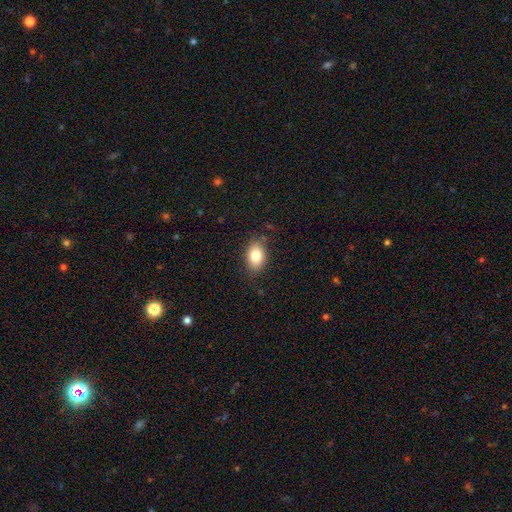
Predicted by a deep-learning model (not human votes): A smooth galaxy with no disk features (81%) that is in between round and cigar-shaped (84%).

Vote fractions:
- Smooth or featured? smooth: 81% / featured or disk: 11% / star or artifact: 8%
- How rounded? in between: 84% / round: 15% / cigar-shaped: 1%
- Merging? none: 82% / minor disturbance: 14% / major disturbance: 3% / merger: 1%